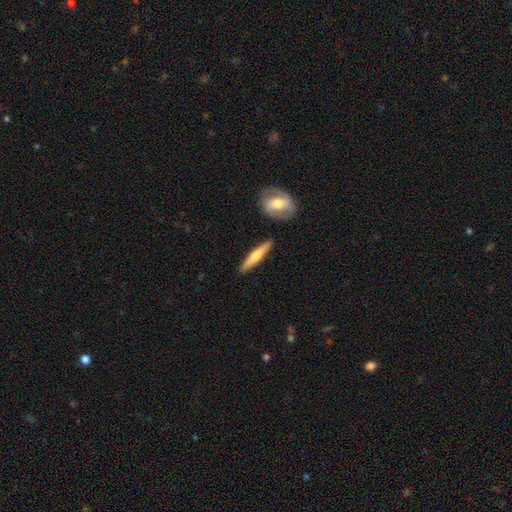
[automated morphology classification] Smooth or featured?
  - smooth: 54% *
  - featured or disk: 41%
  - star or artifact: 5%
How rounded?
  - cigar-shaped: 88% *
  - in between: 10%
  - round: 2%
Merging?
  - none: 87% *
  - minor disturbance: 7%
  - merger: 4%
  - major disturbance: 2%